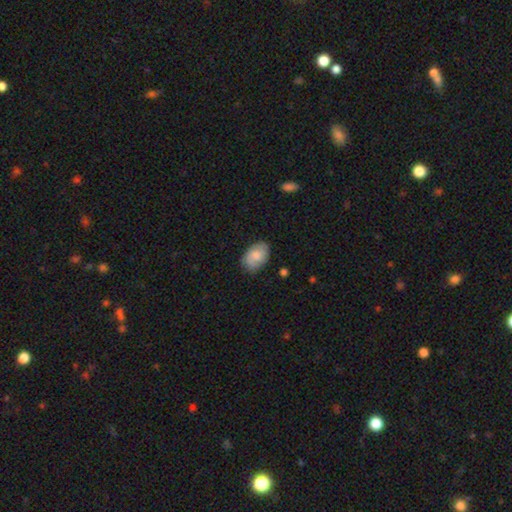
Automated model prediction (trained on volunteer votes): smooth-or-featured: smooth: 75% | featured or disk: 18% | star or artifact: 7%
  how-rounded: in between: 88% | round: 11% | cigar-shaped: 1%
  merging: none: 75% | minor disturbance: 20% | major disturbance: 4% | merger: 1%